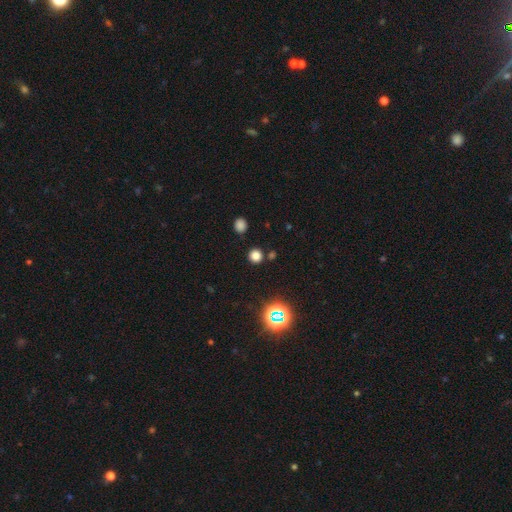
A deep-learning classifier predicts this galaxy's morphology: A smooth galaxy with no disk features (74%) that is round (91%).

Vote fractions:
- Smooth or featured? smooth: 74% / star or artifact: 21% / featured or disk: 5%
- How rounded? round: 91% / in between: 7% / cigar-shaped: 1%
- Merging? none: 85% / minor disturbance: 6% / merger: 6% / major disturbance: 3%